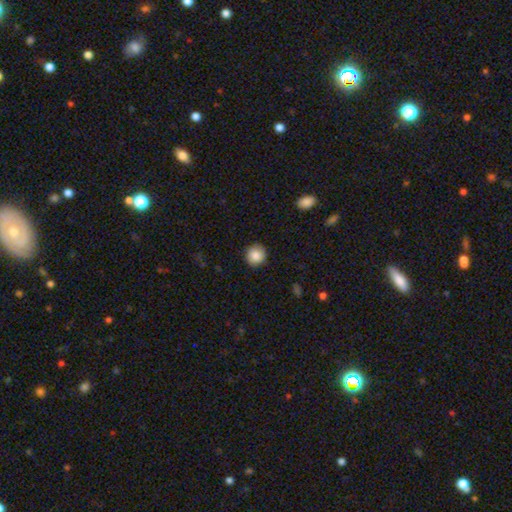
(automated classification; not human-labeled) Overall: smooth (87%). How rounded: round (93%). Merging: none (89%).